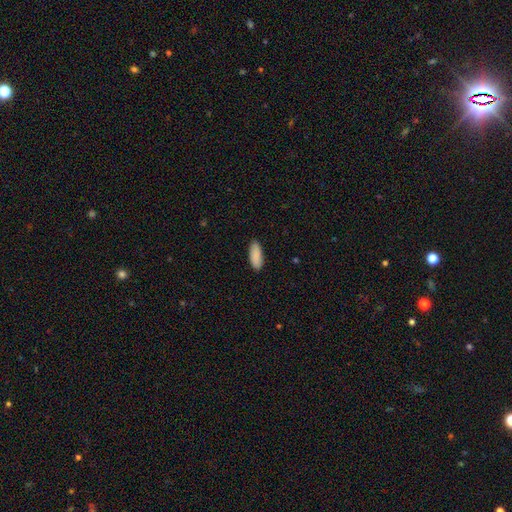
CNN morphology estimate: This appears to be a smooth galaxy with no disk features (91%) that is in between round and cigar-shaped (76%). Merging: none (89%).